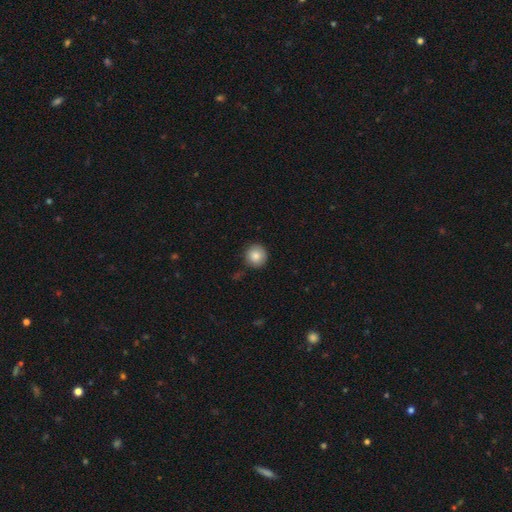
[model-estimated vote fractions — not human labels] smooth 85%, star or artifact 9%, featured or disk 6%. Down the decision tree: how rounded — round (95%); merging — none (88%).